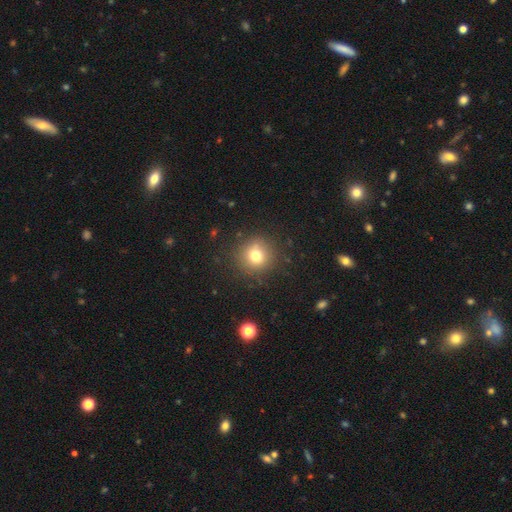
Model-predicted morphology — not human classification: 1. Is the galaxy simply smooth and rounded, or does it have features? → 74% smooth, 15% star or artifact, 11% featured or disk.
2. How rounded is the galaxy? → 93% round, 6% in between, 1% cigar-shaped.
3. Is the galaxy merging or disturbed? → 87% none, 8% minor disturbance, 3% major disturbance, 2% merger.